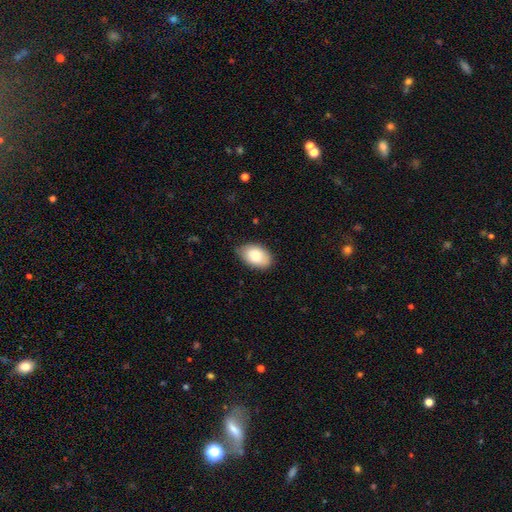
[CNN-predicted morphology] Q: Smooth or featured?
A: smooth (84%); runner-up: featured or disk (9%)
Q: How rounded?
A: in between (92%); runner-up: round (7%)
Q: Merging?
A: none (78%); runner-up: minor disturbance (18%)